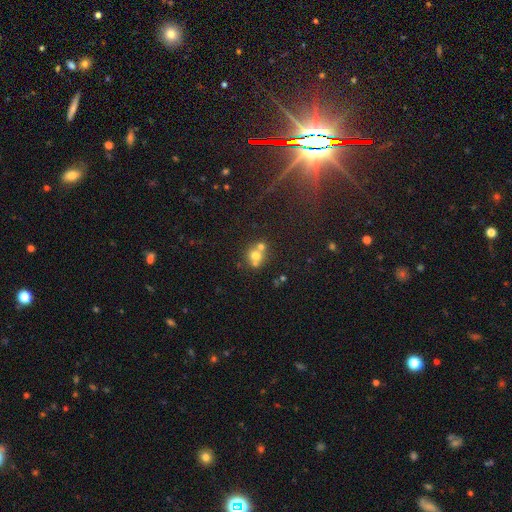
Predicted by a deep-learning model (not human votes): Smooth or featured? smooth (63%)
How rounded? round (81%)
Merging? merger (50%)